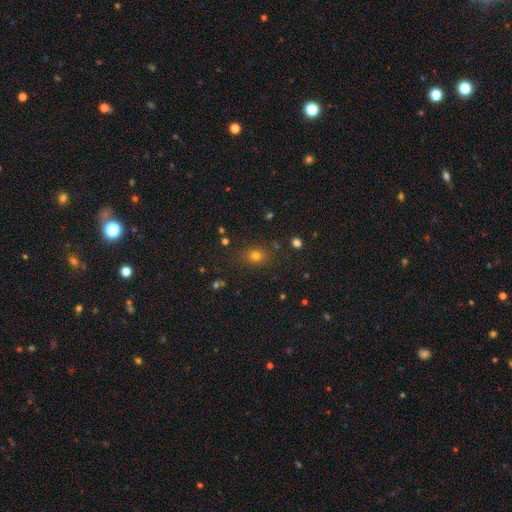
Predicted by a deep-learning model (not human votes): Smooth or featured? Predicted: smooth (p=0.72). How rounded? Predicted: round (p=0.64). Merging? Predicted: none (p=0.83).